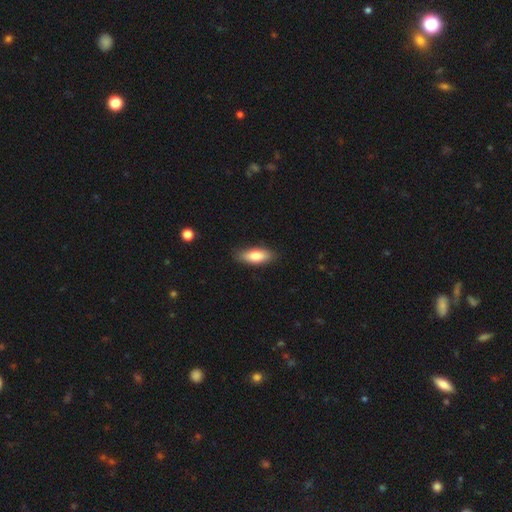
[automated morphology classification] Smooth or featured? smooth (79%)
How rounded? in between (72%)
Merging? none (86%)